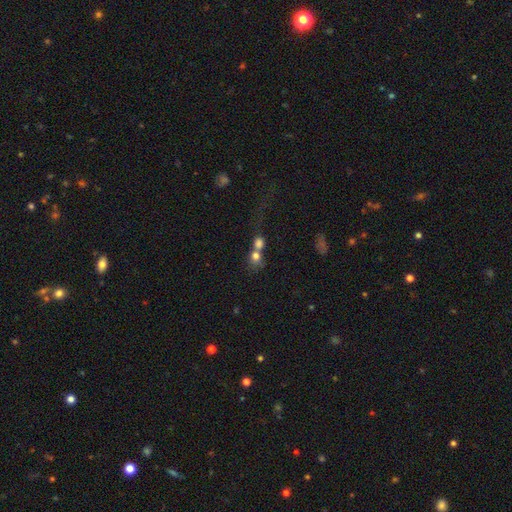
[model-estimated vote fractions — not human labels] Q: Smooth or featured?
A: smooth (75%); runner-up: featured or disk (14%)
Q: How rounded?
A: round (71%); runner-up: in between (27%)
Q: Merging?
A: merger (65%); runner-up: none (23%)